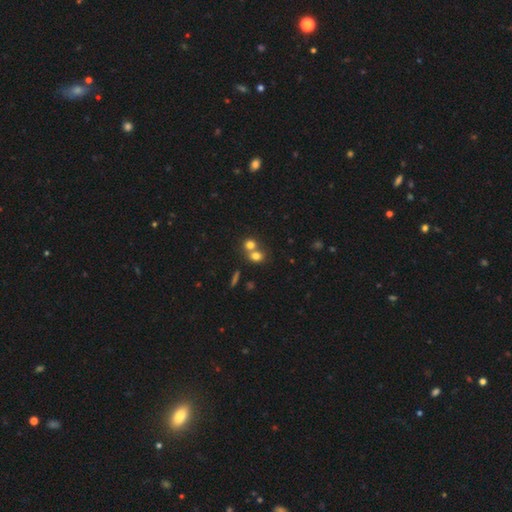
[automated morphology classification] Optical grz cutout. It shows a smooth galaxy with no disk features (74%) that is round (72%). Merging: merger (53%).